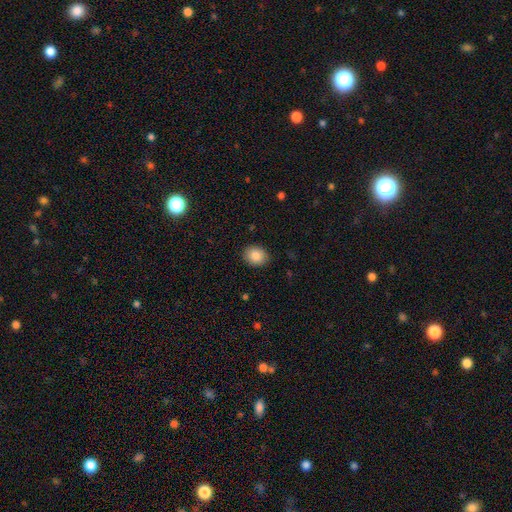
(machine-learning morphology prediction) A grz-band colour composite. It shows a smooth galaxy with no disk features (87%) that is round (52%). Merging: none (88%).